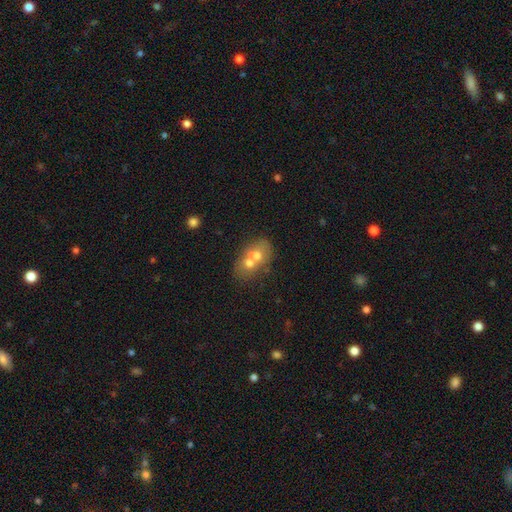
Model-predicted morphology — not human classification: Smooth or featured: smooth — 56% (featured or disk — 33%)
How rounded: in between — 58% (round — 40%)
Merging: merger — 65% (none — 24%)